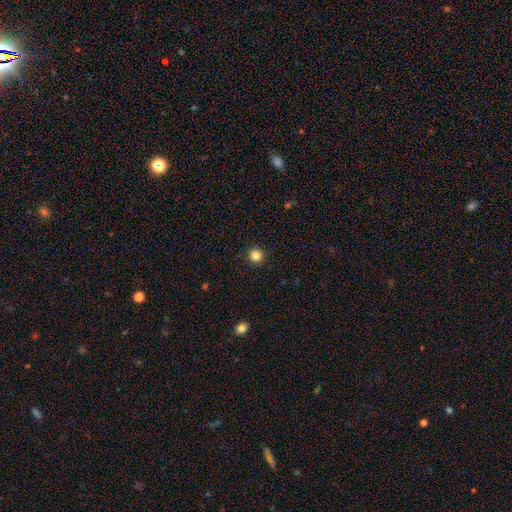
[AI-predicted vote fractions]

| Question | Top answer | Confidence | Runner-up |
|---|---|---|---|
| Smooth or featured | smooth | 84% | star or artifact (12%) |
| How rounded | round | 95% | in between (4%) |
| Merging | none | 92% | minor disturbance (5%) |